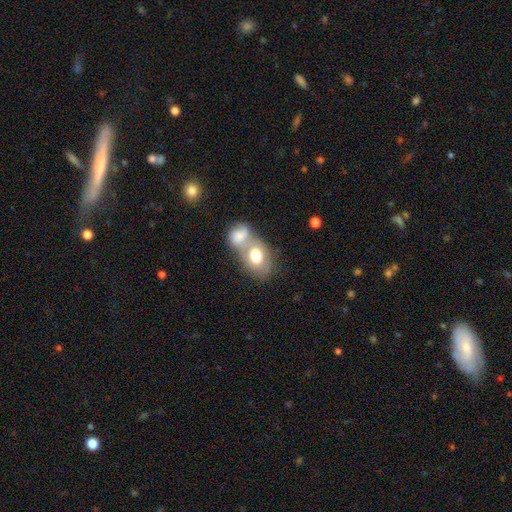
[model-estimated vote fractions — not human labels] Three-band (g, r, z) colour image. It shows a smooth galaxy with no disk features (70%) that is in between round and cigar-shaped (70%). Merging: merger (59%).